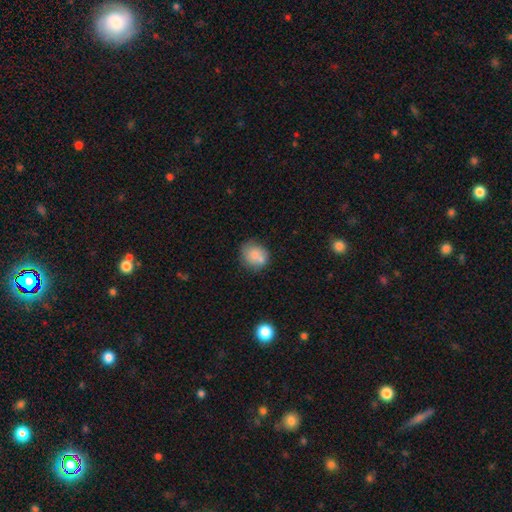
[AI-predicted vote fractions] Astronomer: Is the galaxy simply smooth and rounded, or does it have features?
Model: smooth — 77%.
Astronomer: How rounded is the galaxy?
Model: round — 79%.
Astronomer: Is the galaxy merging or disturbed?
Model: none — 55%.